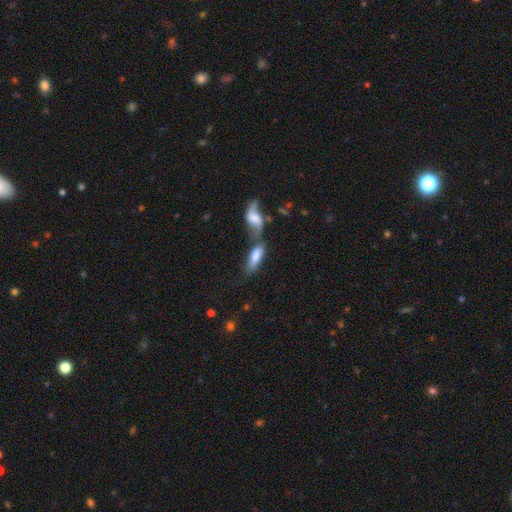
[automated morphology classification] smooth-or-featured: smooth: 69% | featured or disk: 23% | star or artifact: 7%
  how-rounded: in between: 69% | cigar-shaped: 28% | round: 3%
  merging: merger: 57% | none: 25% | minor disturbance: 10% | major disturbance: 7%